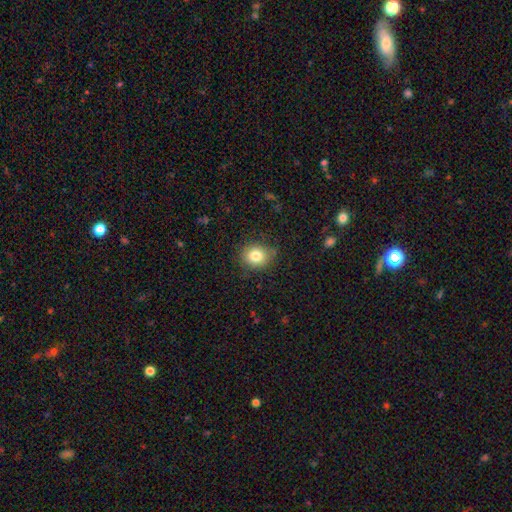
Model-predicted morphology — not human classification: This appears to be a smooth galaxy with no disk features (82%) that is round (72%). Merging: none (83%).